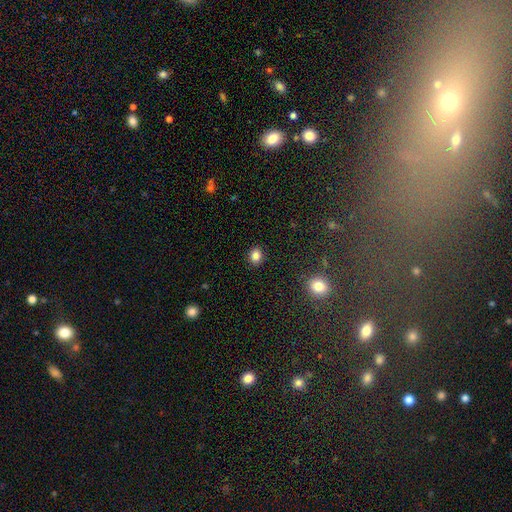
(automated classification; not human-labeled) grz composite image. It shows a smooth galaxy with no disk features (83%) that is round (67%). Merging: none (91%).